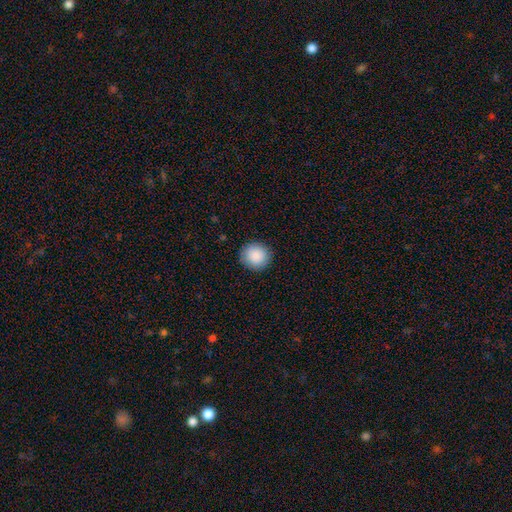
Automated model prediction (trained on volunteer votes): smooth-or-featured: smooth: 89% | star or artifact: 7% | featured or disk: 3%
  how-rounded: round: 94% | in between: 5% | cigar-shaped: 1%
  merging: none: 91% | minor disturbance: 6% | major disturbance: 2% | merger: 1%